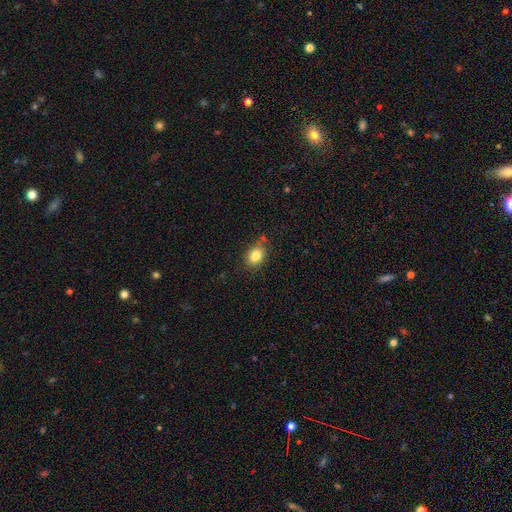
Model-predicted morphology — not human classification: type=smooth (82%); roundness=in between (65%); merging=none (76%).